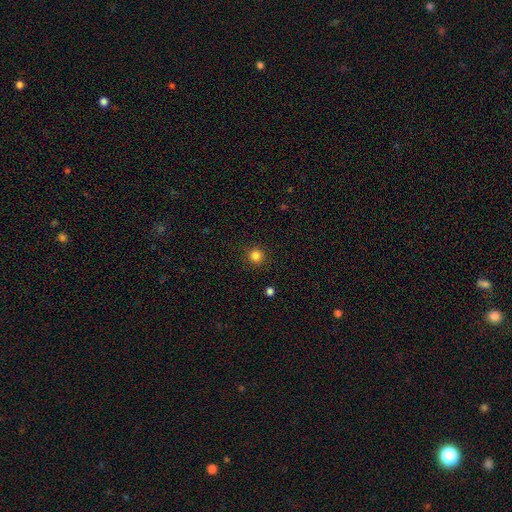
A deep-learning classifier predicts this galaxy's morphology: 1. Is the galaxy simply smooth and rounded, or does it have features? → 84% smooth, 13% star or artifact, 4% featured or disk.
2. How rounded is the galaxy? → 95% round, 4% in between, 1% cigar-shaped.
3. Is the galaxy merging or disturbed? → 91% none, 6% minor disturbance, 2% major disturbance, 1% merger.